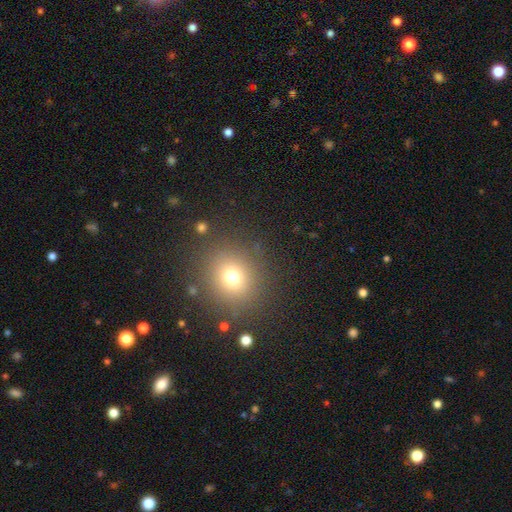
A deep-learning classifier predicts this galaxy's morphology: This appears to be a smooth galaxy with no disk features (62%) that is round (84%). Merging: none (90%).